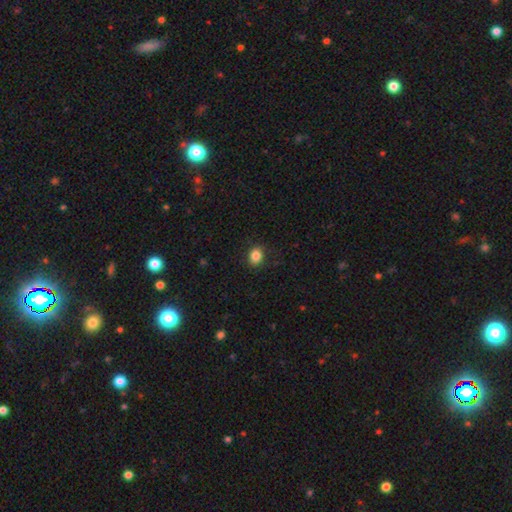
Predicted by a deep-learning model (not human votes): smooth_or_featured: smooth (p=0.85) [alt: star or artifact p=0.10]
how_rounded: round (p=0.51) [alt: in between p=0.48]
merging: none (p=0.84) [alt: minor disturbance p=0.12]